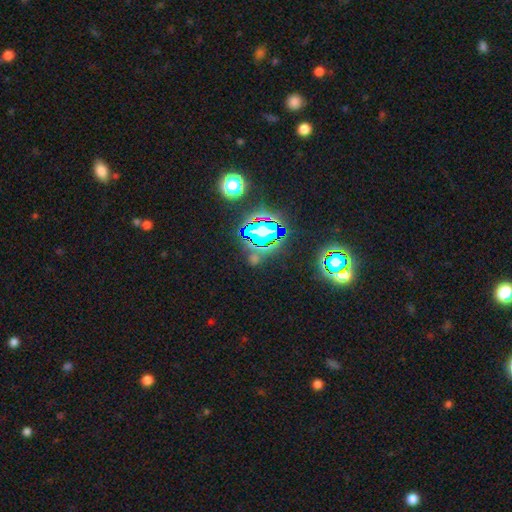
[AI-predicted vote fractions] smooth-or-featured: star or artifact: 71% | smooth: 19% | featured or disk: 11%